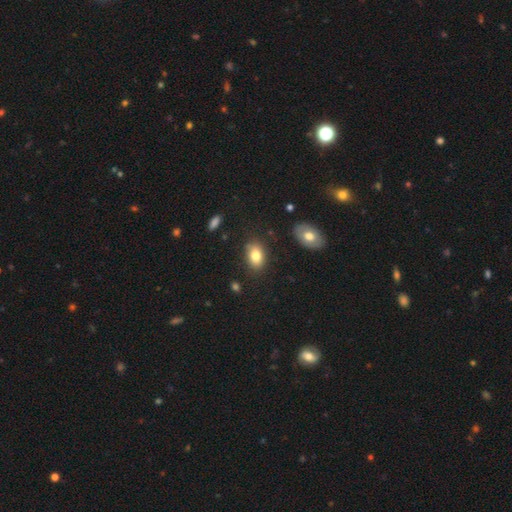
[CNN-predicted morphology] type=smooth (80%); roundness=in between (86%); merging=none (80%).